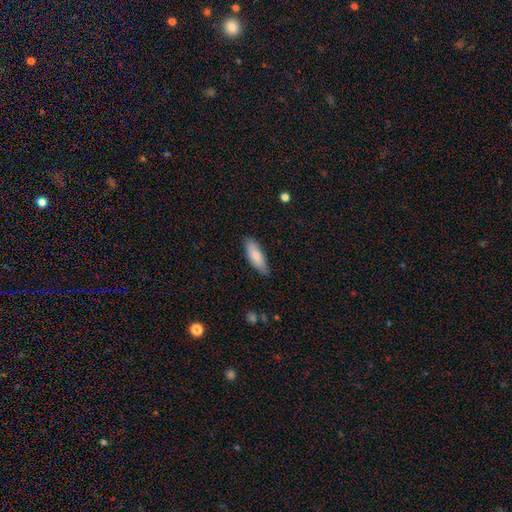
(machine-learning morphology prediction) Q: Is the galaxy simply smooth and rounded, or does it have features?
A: smooth — 82%.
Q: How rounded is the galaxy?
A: in between — 60%.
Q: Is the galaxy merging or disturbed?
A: none — 81%.